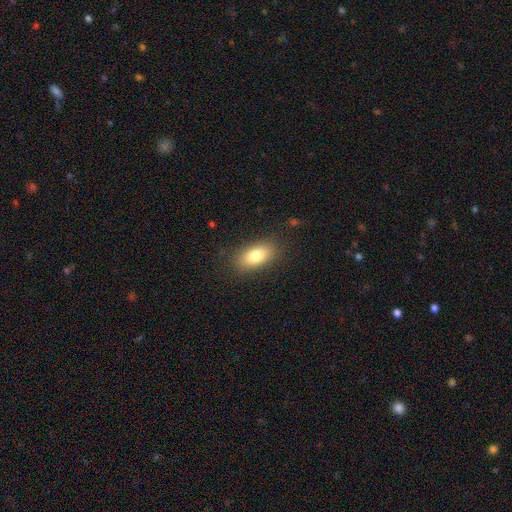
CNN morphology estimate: smooth 80%, featured or disk 12%, star or artifact 8%. Down the decision tree: how rounded — in between (88%); merging — none (84%).